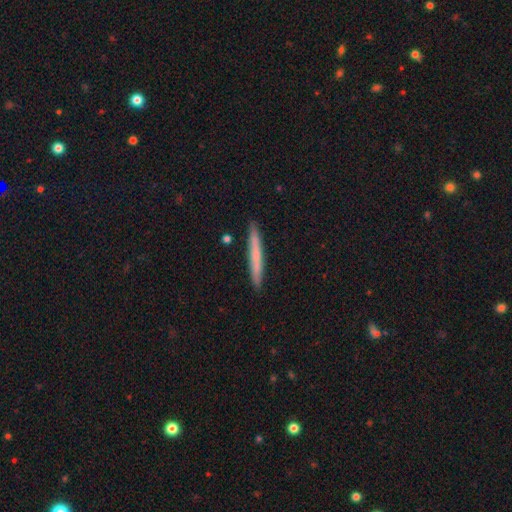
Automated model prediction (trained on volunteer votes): Q: Smooth or featured?
A: smooth (60%); runner-up: featured or disk (35%)
Q: How rounded?
A: cigar-shaped (97%); runner-up: in between (2%)
Q: Merging?
A: none (90%); runner-up: minor disturbance (7%)